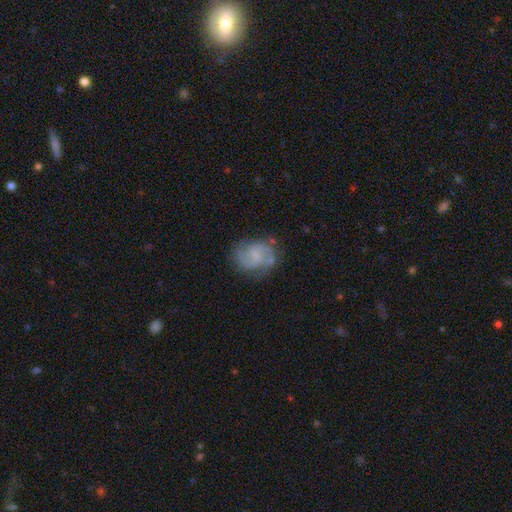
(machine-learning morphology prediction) smooth_or_featured: featured or disk (p=0.76) [alt: smooth p=0.17]
disk_edge_on: no (p=0.98) [alt: yes p=0.02]
bar: no (p=0.48) [alt: weak p=0.44]
has_spiral_arms: yes (p=0.94) [alt: no p=0.06]
spiral_winding: medium (p=0.53) [alt: tight p=0.25]
spiral_arm_count: 2 (p=0.84) [alt: can't tell p=0.07]
bulge_size: small (p=0.51) [alt: none p=0.31]
merging: none (p=0.72) [alt: minor disturbance p=0.18]